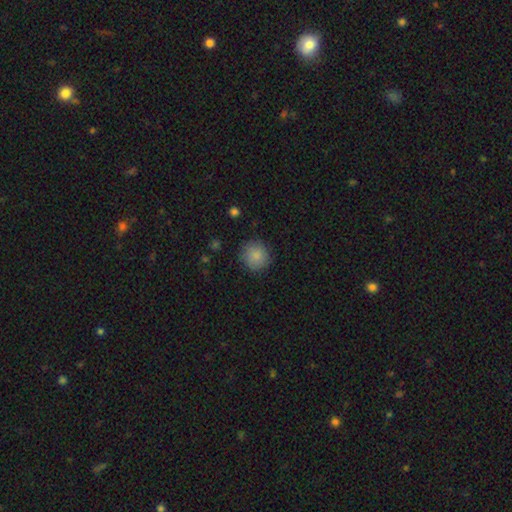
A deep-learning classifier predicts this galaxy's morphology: type=smooth (86%); roundness=round (92%); merging=none (85%).